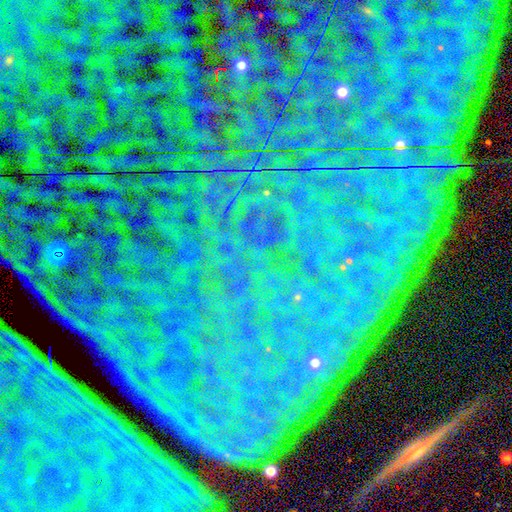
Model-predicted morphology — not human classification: Smooth or featured? star or artifact (85%)